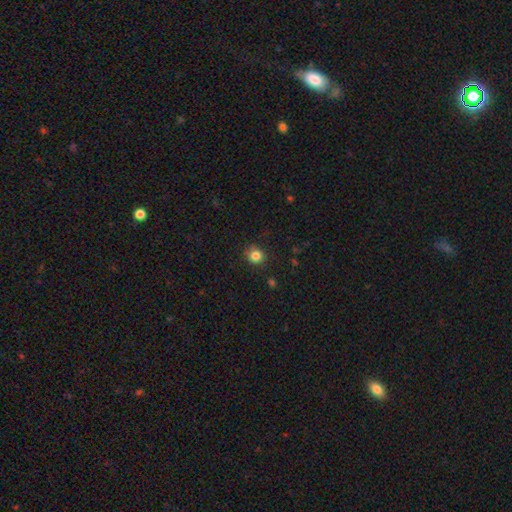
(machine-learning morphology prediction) smooth_or_featured: smooth (p=0.83) [alt: star or artifact p=0.12]
how_rounded: round (p=0.90) [alt: in between p=0.09]
merging: none (p=0.87) [alt: minor disturbance p=0.09]